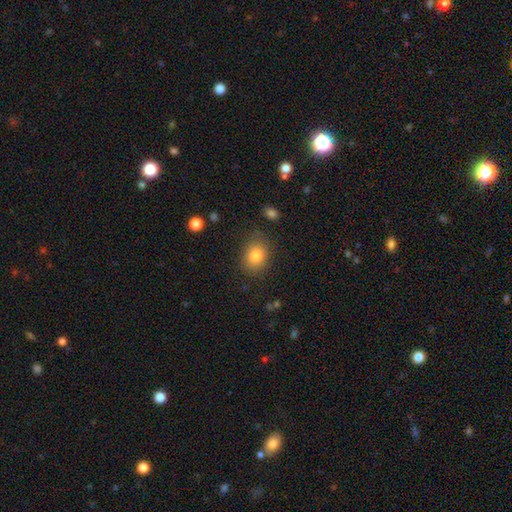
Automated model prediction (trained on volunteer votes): A smooth galaxy with no disk features (81%) that is round (52%).

Vote fractions:
- Smooth or featured? smooth: 81% / star or artifact: 10% / featured or disk: 9%
- How rounded? round: 52% / in between: 47% / cigar-shaped: 1%
- Merging? none: 80% / minor disturbance: 14% / major disturbance: 4% / merger: 2%